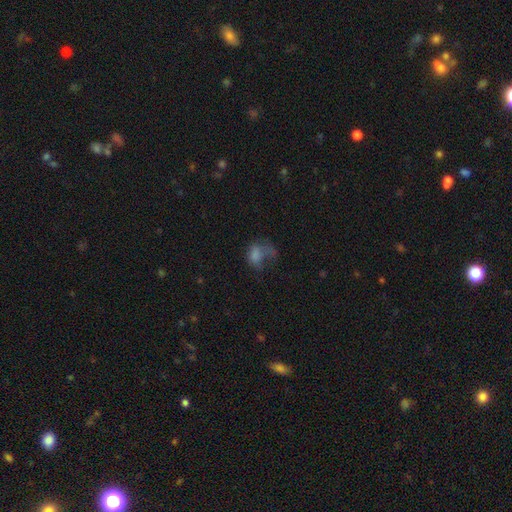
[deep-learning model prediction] smooth_or_featured: smooth (p=0.59) [alt: featured or disk p=0.23]
how_rounded: in between (p=0.67) [alt: round p=0.31]
merging: major disturbance (p=0.49) [alt: none p=0.25]